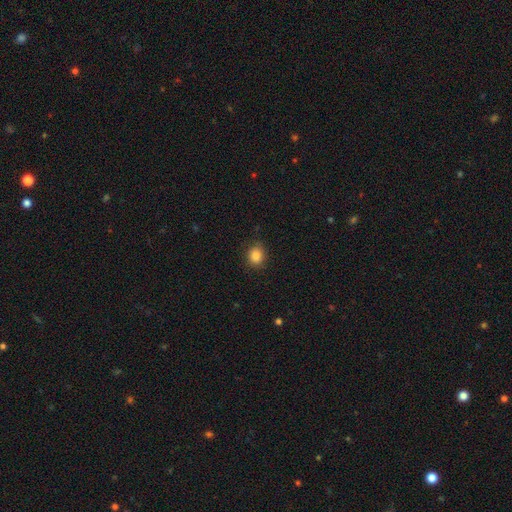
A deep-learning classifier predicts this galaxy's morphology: A smooth galaxy with no disk features (86%) that is round (67%).

Vote fractions:
- Smooth or featured? smooth: 86% / star or artifact: 10% / featured or disk: 4%
- How rounded? round: 67% / in between: 32% / cigar-shaped: 1%
- Merging? none: 84% / minor disturbance: 12% / major disturbance: 3% / merger: 1%